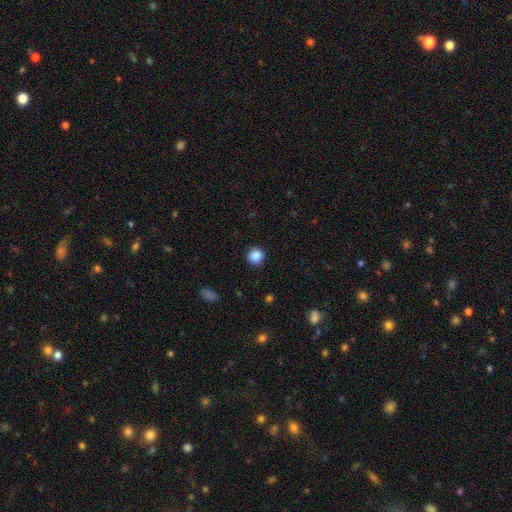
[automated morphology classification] smooth_or_featured: smooth (p=0.87) [alt: star or artifact p=0.10]
how_rounded: round (p=0.92) [alt: in between p=0.07]
merging: none (p=0.89) [alt: minor disturbance p=0.08]